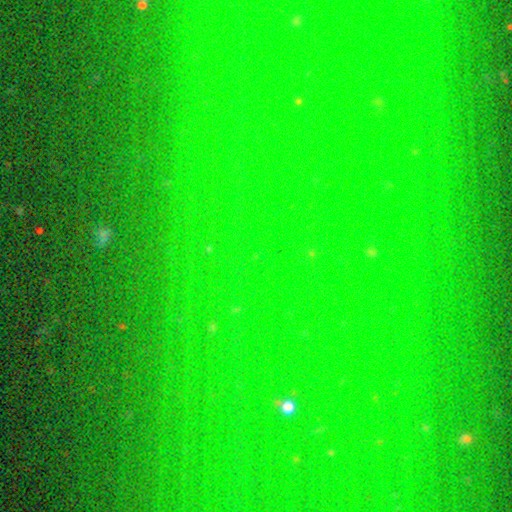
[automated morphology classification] Overall: star or artifact (81%).